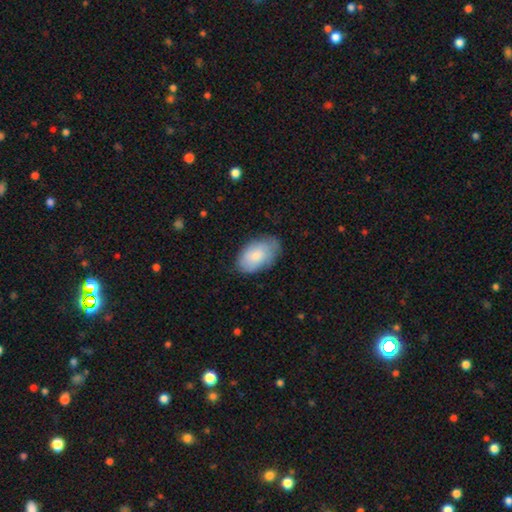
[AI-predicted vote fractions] Overall: smooth (74%). How rounded: in between (93%). Merging: none (72%).